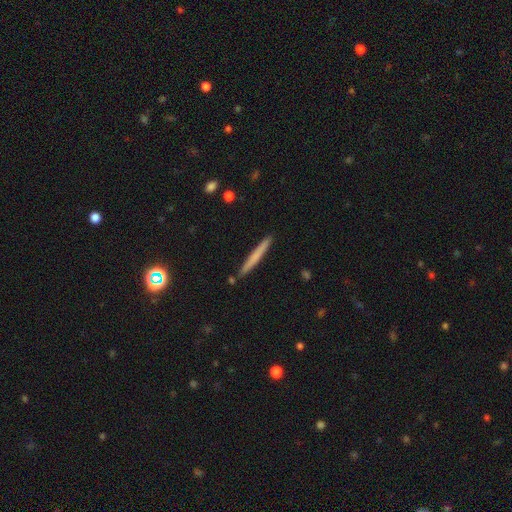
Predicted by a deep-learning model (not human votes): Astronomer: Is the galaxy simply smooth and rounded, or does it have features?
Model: smooth — 63%.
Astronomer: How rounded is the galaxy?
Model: cigar-shaped — 97%.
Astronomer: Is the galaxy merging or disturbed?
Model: none — 89%.